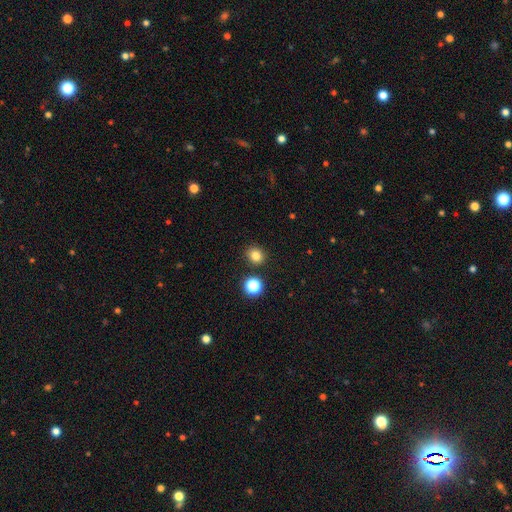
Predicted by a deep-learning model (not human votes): Smooth or featured? Predicted: smooth (p=0.80). How rounded? Predicted: round (p=0.79). Merging? Predicted: none (p=0.87).